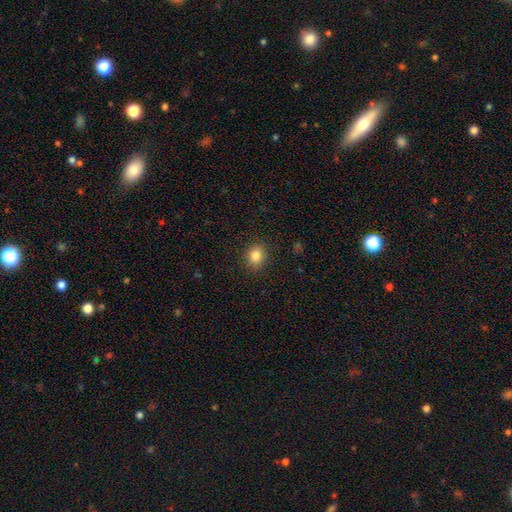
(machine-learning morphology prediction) Smooth or featured? Predicted: smooth (p=0.84). How rounded? Predicted: round (p=0.69). Merging? Predicted: none (p=0.89).